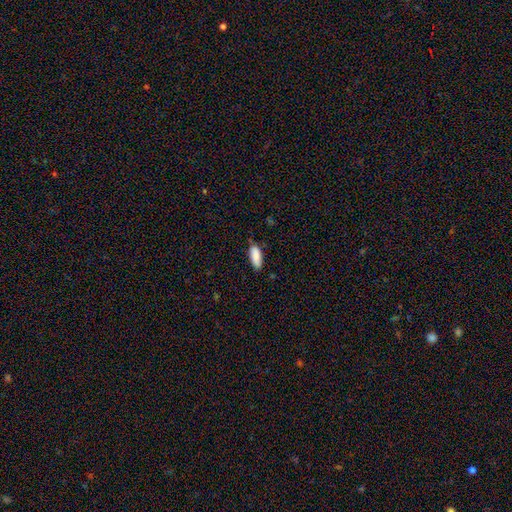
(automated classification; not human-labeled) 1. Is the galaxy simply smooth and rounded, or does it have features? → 89% smooth, 6% star or artifact, 5% featured or disk.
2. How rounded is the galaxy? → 77% in between, 21% cigar-shaped, 2% round.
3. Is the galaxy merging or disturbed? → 76% none, 19% minor disturbance, 3% major disturbance, 2% merger.